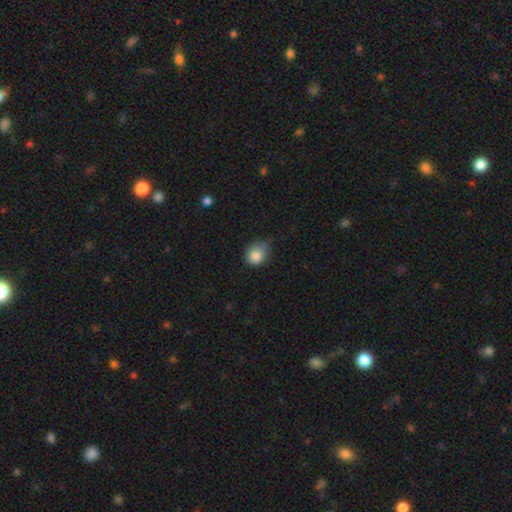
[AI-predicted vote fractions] Smooth or featured? Predicted: smooth (p=0.84). How rounded? Predicted: round (p=0.73). Merging? Predicted: minor disturbance (p=0.46).